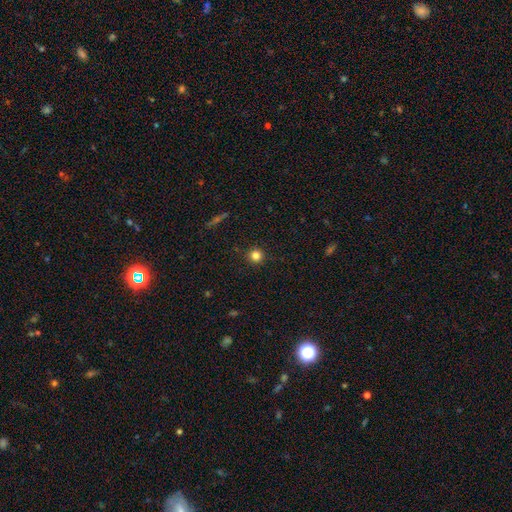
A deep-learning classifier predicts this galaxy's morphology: Smooth or featured? smooth (82%)
How rounded? round (95%)
Merging? none (91%)